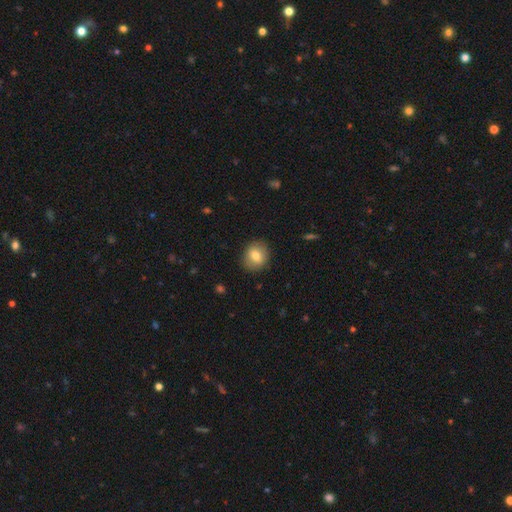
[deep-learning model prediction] Overall: smooth (75%). How rounded: round (74%). Merging: none (88%).